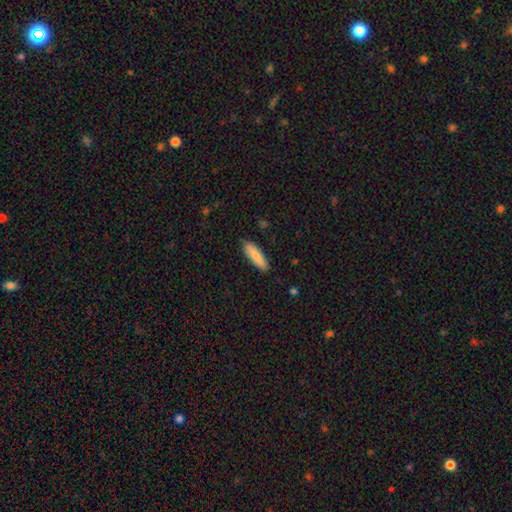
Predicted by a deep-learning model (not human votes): Smooth or featured? Predicted: smooth (p=0.83). How rounded? Predicted: cigar-shaped (p=0.61). Merging? Predicted: none (p=0.88).